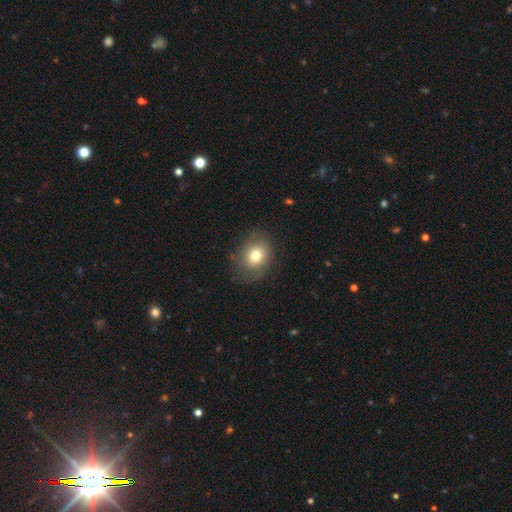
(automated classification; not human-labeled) Smooth or featured: smooth — 74% (featured or disk — 15%)
How rounded: round — 56% (in between — 43%)
Merging: none — 77% (minor disturbance — 16%)